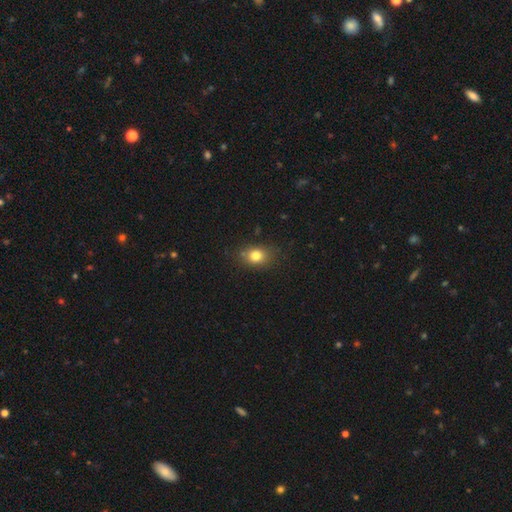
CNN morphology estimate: smooth 79%, star or artifact 12%, featured or disk 9%. Down the decision tree: how rounded — in between (51%); merging — none (79%).